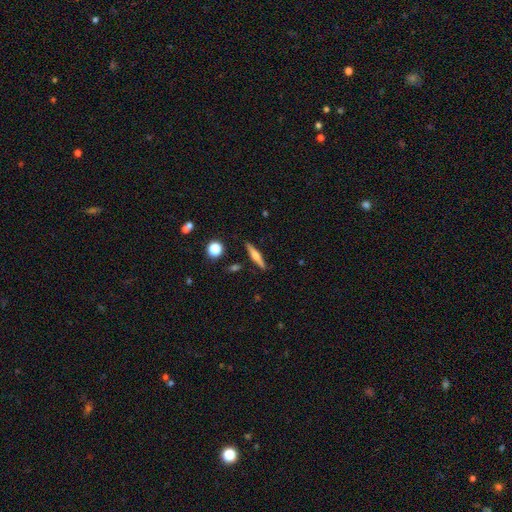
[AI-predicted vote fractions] Smooth or featured? Predicted: featured or disk (p=0.56). Edge-on disk? Predicted: yes (p=0.97). Edge-on bulge? Predicted: rounded (p=0.83). Merging? Predicted: none (p=0.88).